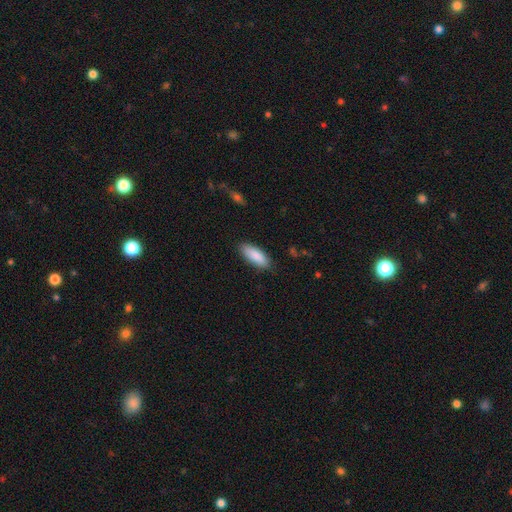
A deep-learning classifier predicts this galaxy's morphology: A smooth galaxy with no disk features (89%) that is in between round and cigar-shaped (73%).

Vote fractions:
- Smooth or featured? smooth: 89% / star or artifact: 6% / featured or disk: 6%
- How rounded? in between: 73% / cigar-shaped: 26% / round: 2%
- Merging? none: 85% / minor disturbance: 12% / major disturbance: 2% / merger: 1%